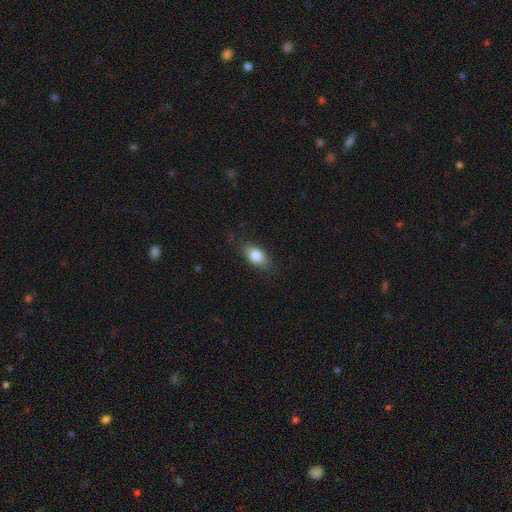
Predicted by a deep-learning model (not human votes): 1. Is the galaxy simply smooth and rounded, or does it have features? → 80% smooth, 13% featured or disk, 8% star or artifact.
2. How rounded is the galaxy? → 86% in between, 9% round, 5% cigar-shaped.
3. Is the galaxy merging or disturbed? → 80% none, 15% minor disturbance, 4% major disturbance, 1% merger.